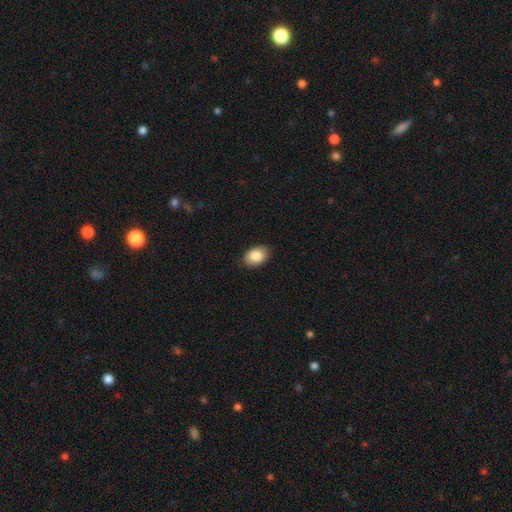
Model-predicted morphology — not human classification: Q: Smooth or featured?
A: smooth (87%); runner-up: star or artifact (7%)
Q: How rounded?
A: in between (87%); runner-up: round (12%)
Q: Merging?
A: none (88%); runner-up: minor disturbance (9%)